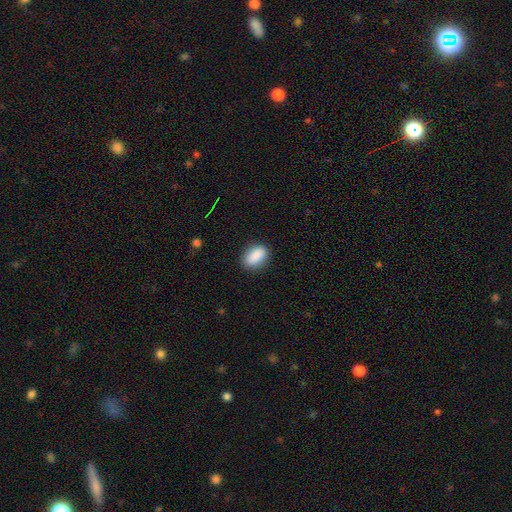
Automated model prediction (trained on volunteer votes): A smooth galaxy with no disk features (89%) that is in between round and cigar-shaped (88%).

Vote fractions:
- Smooth or featured? smooth: 89% / star or artifact: 7% / featured or disk: 4%
- How rounded? in between: 88% / round: 9% / cigar-shaped: 3%
- Merging? none: 85% / minor disturbance: 11% / major disturbance: 3% / merger: 1%